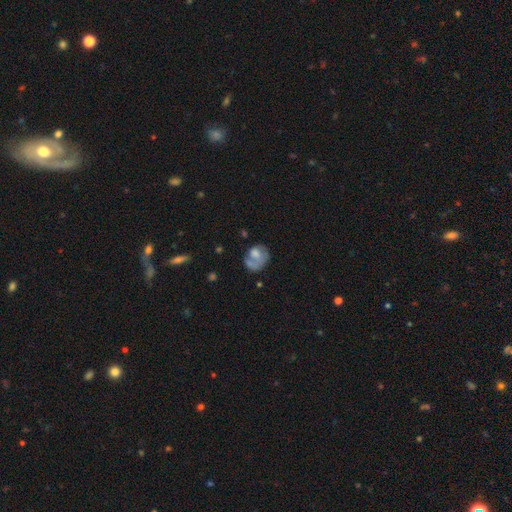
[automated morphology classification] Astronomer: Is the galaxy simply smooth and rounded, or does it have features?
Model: smooth — 47% (runner-up: featured or disk, 43%).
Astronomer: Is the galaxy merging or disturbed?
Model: none — 36% (runner-up: major disturbance, 31%).